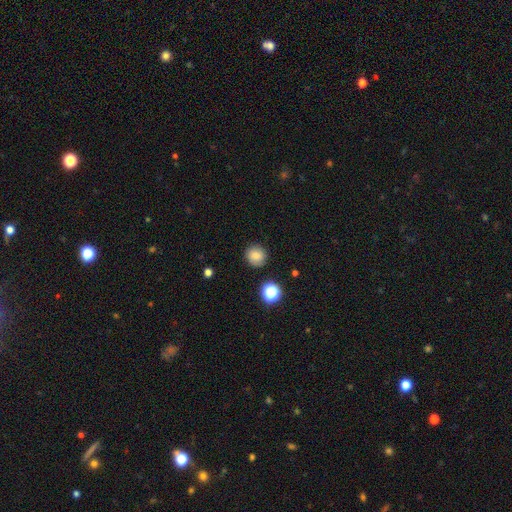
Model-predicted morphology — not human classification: This appears to be a smooth galaxy with no disk features (81%) that is round (91%). Merging: none (88%).